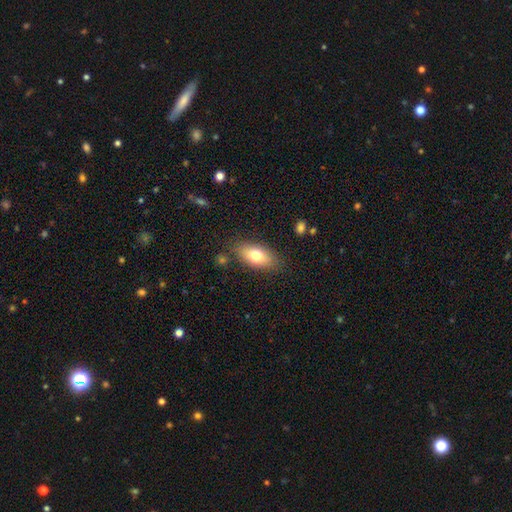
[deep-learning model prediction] Smooth or featured? smooth (75%)
How rounded? in between (87%)
Merging? none (82%)